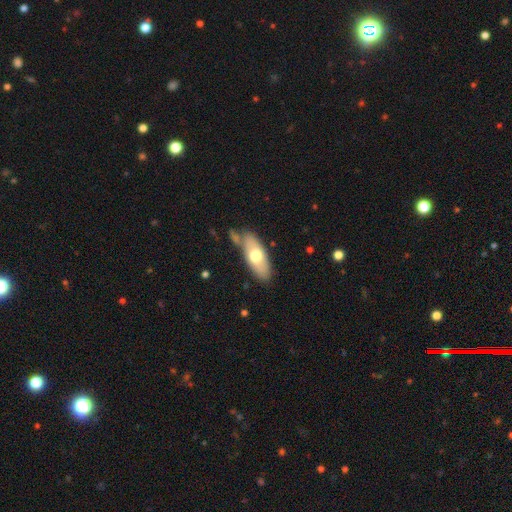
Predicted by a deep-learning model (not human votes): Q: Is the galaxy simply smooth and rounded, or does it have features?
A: smooth — 64%.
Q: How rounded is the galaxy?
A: in between — 80%.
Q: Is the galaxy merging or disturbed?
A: none — 71%.